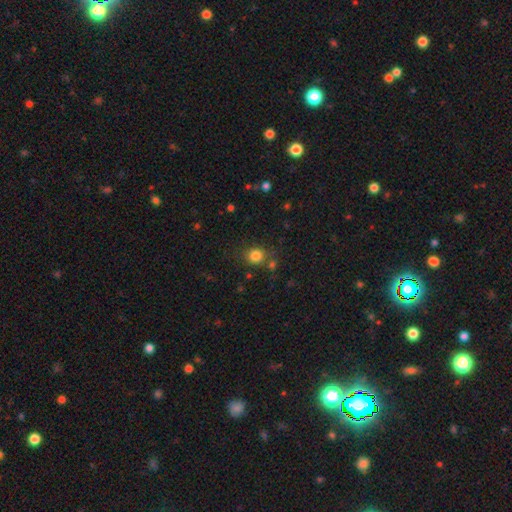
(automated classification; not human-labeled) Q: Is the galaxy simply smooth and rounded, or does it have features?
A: smooth — 81%.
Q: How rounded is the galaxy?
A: round — 82%.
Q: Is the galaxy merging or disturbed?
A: none — 76%.